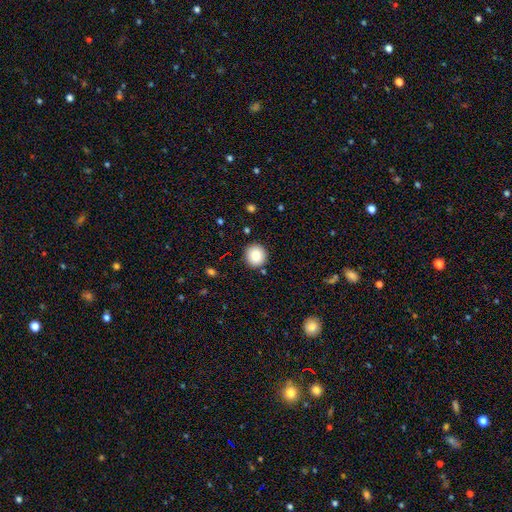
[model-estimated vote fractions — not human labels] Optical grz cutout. It shows a smooth galaxy with no disk features (84%) that is round (92%). Merging: none (90%).